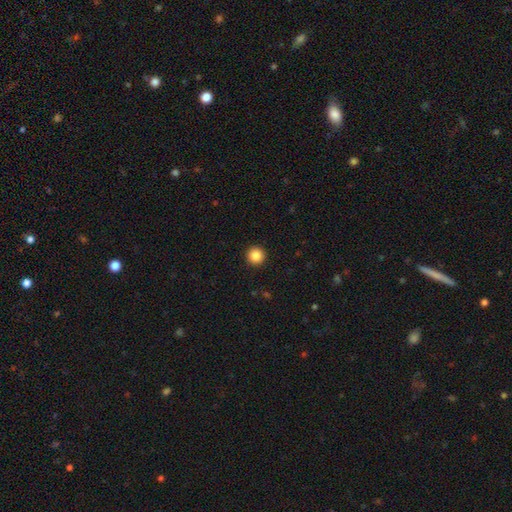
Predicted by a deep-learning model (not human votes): Morphology: type=smooth (86%); roundness=round (96%); merging=none (93%).